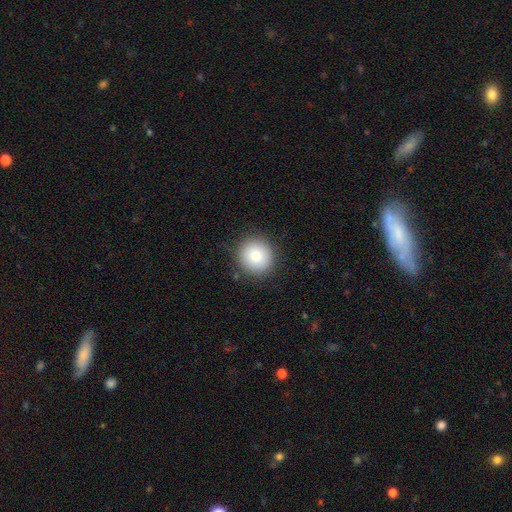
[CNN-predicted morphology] The model was most divided on "smooth or featured": smooth: 80%, featured or disk: 10%, star or artifact: 10%. More confident: how rounded — round (93%); merging — none (88%).